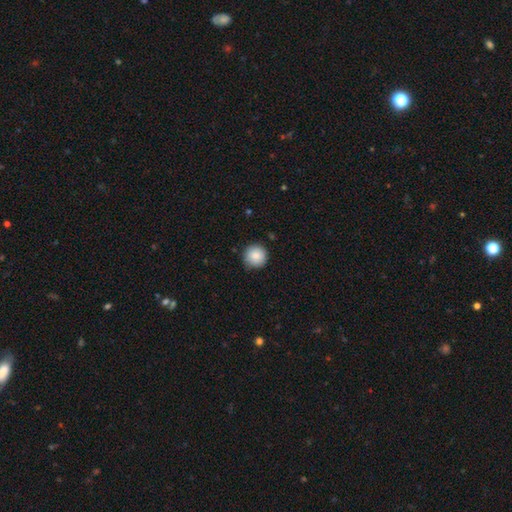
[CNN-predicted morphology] Smooth or featured? smooth (88%)
How rounded? round (96%)
Merging? none (86%)